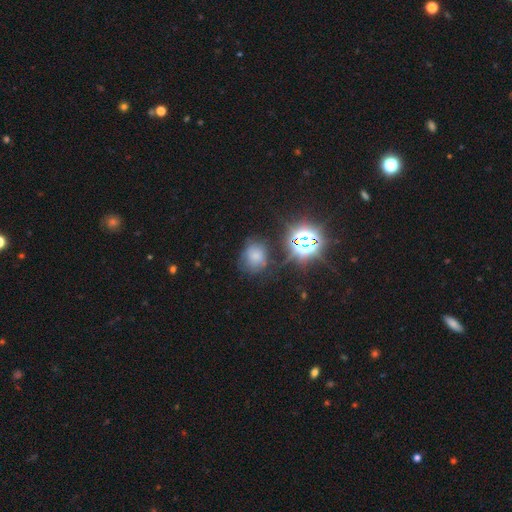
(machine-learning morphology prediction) Smooth or featured?
  - smooth: 57% *
  - star or artifact: 29%
  - featured or disk: 14%
How rounded?
  - round: 70% *
  - in between: 29%
  - cigar-shaped: 1%
Merging?
  - none: 61% *
  - minor disturbance: 22%
  - major disturbance: 11%
  - merger: 5%